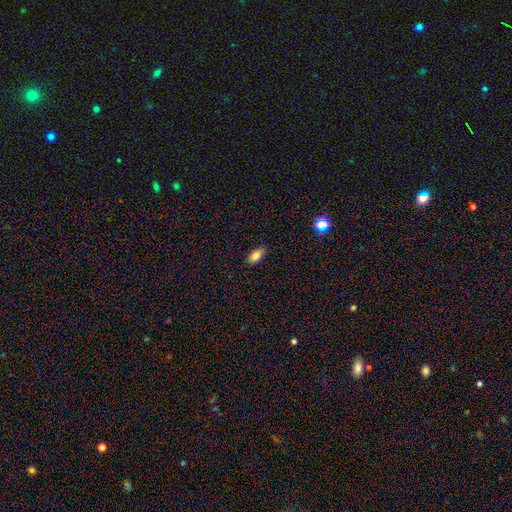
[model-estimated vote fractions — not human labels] smooth 84%, star or artifact 9%, featured or disk 8%. Down the decision tree: how rounded — in between (91%); merging — none (87%).